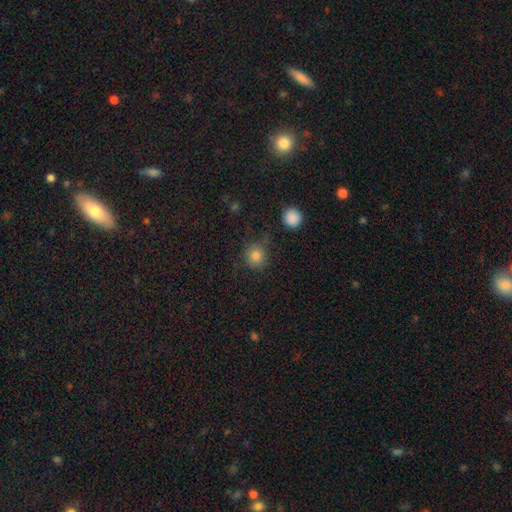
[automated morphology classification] A smooth galaxy with no disk features (81%) that is round (91%). Merging: none (81%).